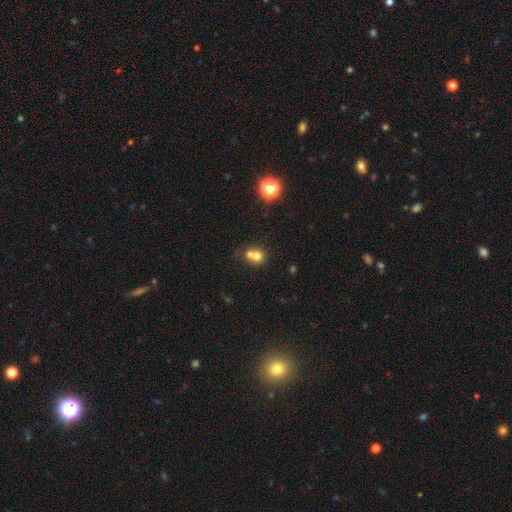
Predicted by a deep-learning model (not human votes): smooth 69%, featured or disk 17%, star or artifact 15%. Down the decision tree: how rounded — round (81%); merging — merger (55%).